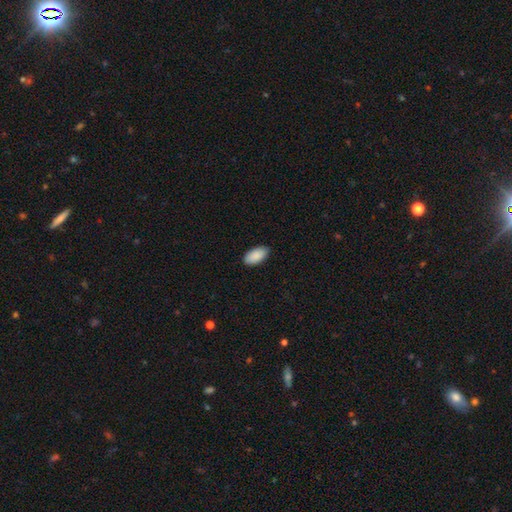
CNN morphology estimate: type=smooth (90%); roundness=in between (96%); merging=none (85%).